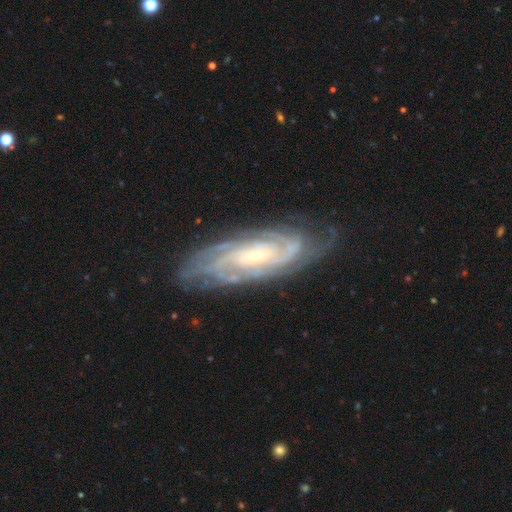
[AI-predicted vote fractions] Smooth or featured? featured or disk (88%)
Edge-on disk? no (92%)
Bar? no (59%)
Spiral arms? yes (98%)
Spiral winding? tight (73%)
Spiral arm count? can't tell (28%)
Bulge size? small (75%)
Merging? none (76%)